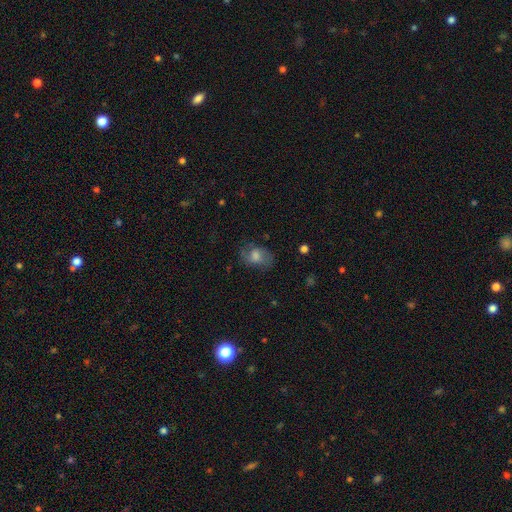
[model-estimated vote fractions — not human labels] Morphology: type=smooth (53%); roundness=in between (73%); merging=none (65%).